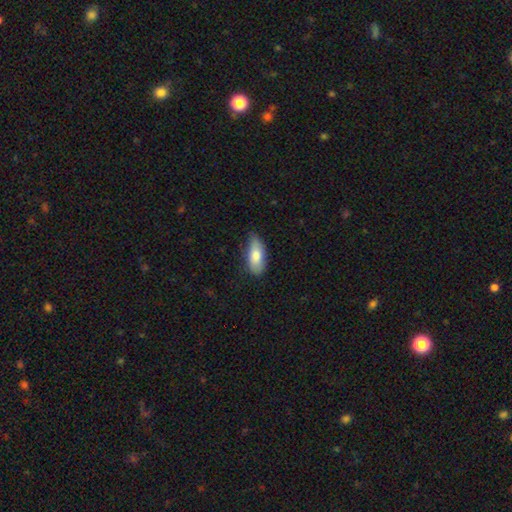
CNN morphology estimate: A smooth galaxy with no disk features (79%) that is in between round and cigar-shaped (82%). Merging: none (70%).